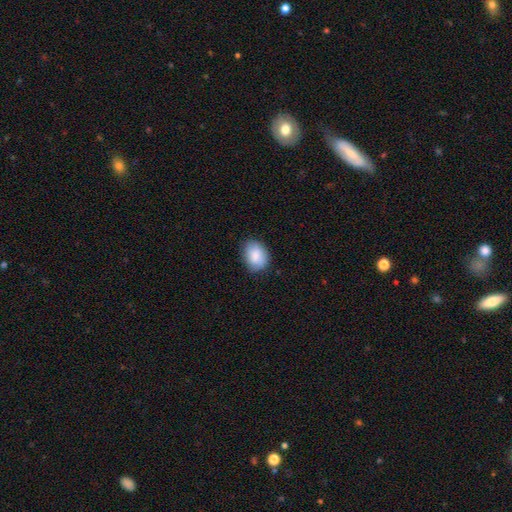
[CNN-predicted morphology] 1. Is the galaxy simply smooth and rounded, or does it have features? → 85% smooth, 8% featured or disk, 7% star or artifact.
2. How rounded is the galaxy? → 63% in between, 36% round, 1% cigar-shaped.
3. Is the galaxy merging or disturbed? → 78% none, 17% minor disturbance, 3% major disturbance, 1% merger.